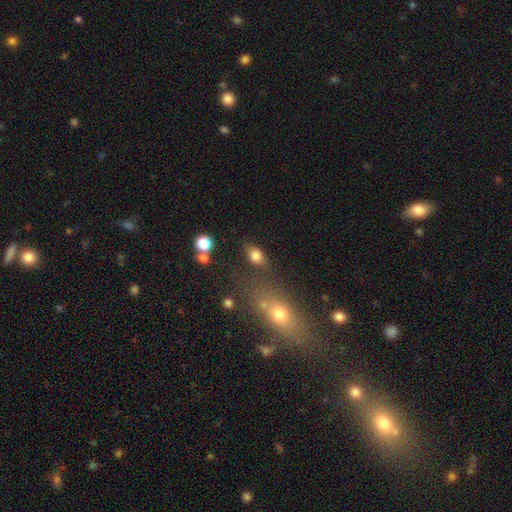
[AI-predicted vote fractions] Morphology: type=smooth (80%); roundness=in between (78%); merging=none (65%).